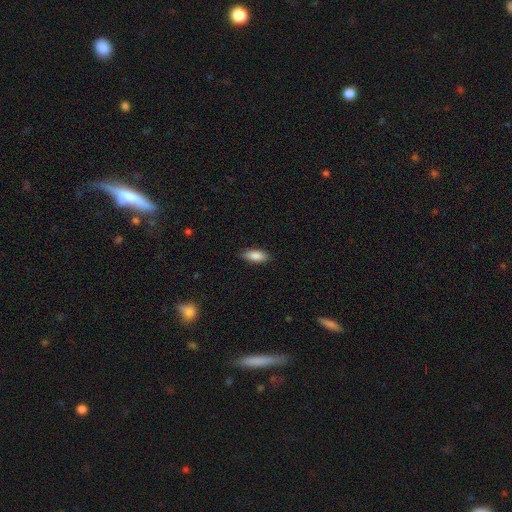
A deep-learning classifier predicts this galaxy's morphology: smooth 88%, star or artifact 6%, featured or disk 6%. Down the decision tree: how rounded — in between (83%); merging — none (88%).